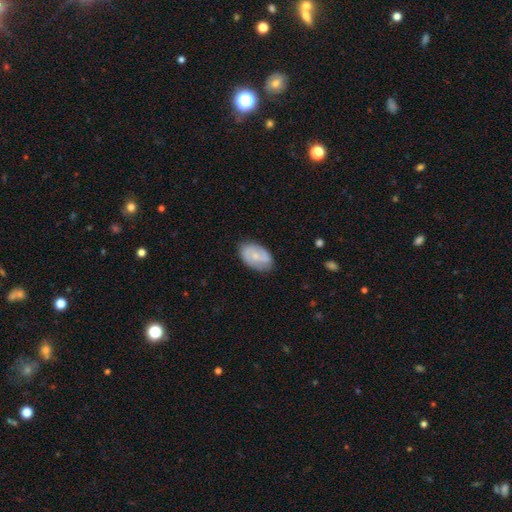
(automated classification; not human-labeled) Smooth or featured?
  - smooth: 48% *
  - featured or disk: 46%
  - star or artifact: 6%
Merging?
  - none: 77% *
  - minor disturbance: 18%
  - major disturbance: 4%
  - merger: 1%